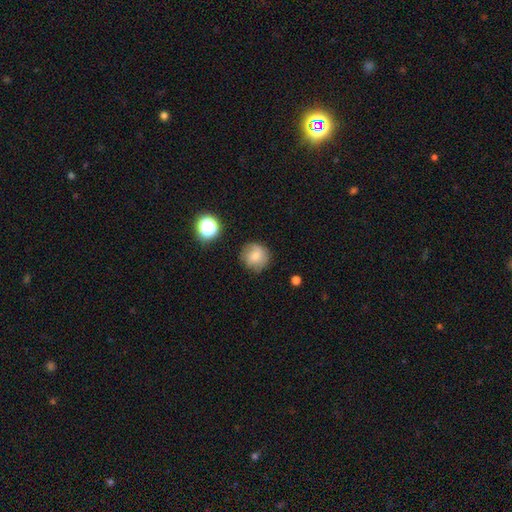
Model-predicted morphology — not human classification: Overall: smooth (73%). How rounded: round (91%). Merging: none (79%).